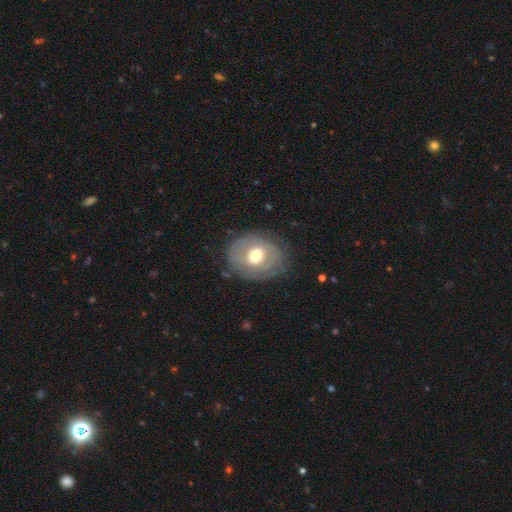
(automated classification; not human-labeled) Q: Smooth or featured?
A: featured or disk (47%); runner-up: smooth (45%)
Q: Merging?
A: none (71%); runner-up: minor disturbance (18%)